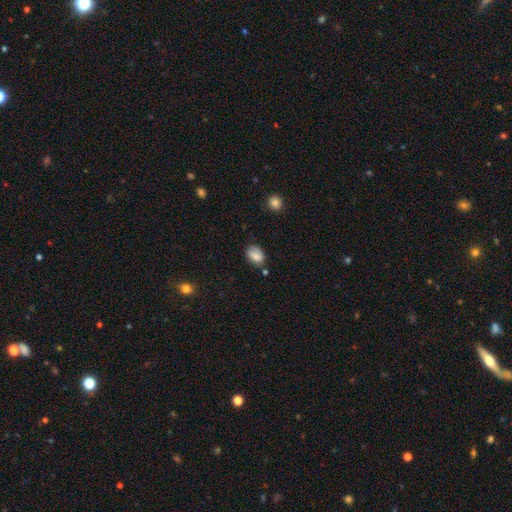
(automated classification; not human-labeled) Q: Smooth or featured?
A: smooth (80%); runner-up: featured or disk (11%)
Q: How rounded?
A: in between (80%); runner-up: round (19%)
Q: Merging?
A: none (65%); runner-up: minor disturbance (24%)